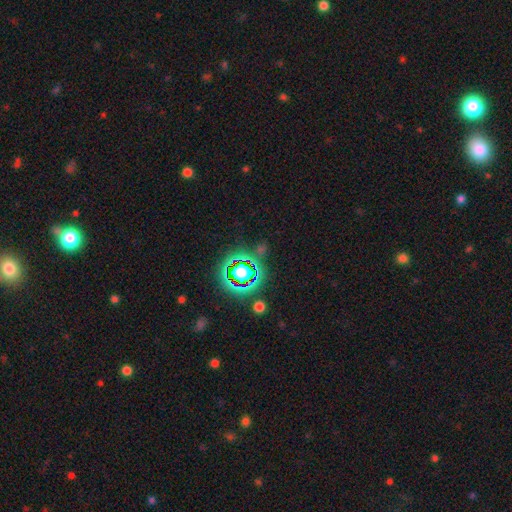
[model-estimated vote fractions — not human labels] Smooth or featured: star or artifact — 79% (smooth — 13%)